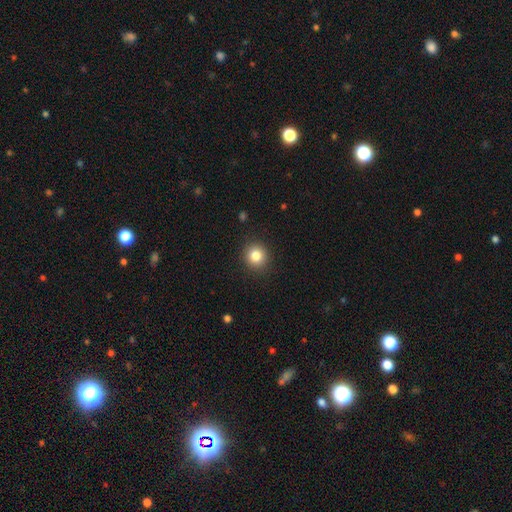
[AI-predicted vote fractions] A smooth galaxy with no disk features (82%) that is round (90%).

Vote fractions:
- Smooth or featured? smooth: 82% / star or artifact: 11% / featured or disk: 7%
- How rounded? round: 90% / in between: 10% / cigar-shaped: 1%
- Merging? none: 91% / minor disturbance: 6% / major disturbance: 2% / merger: 1%